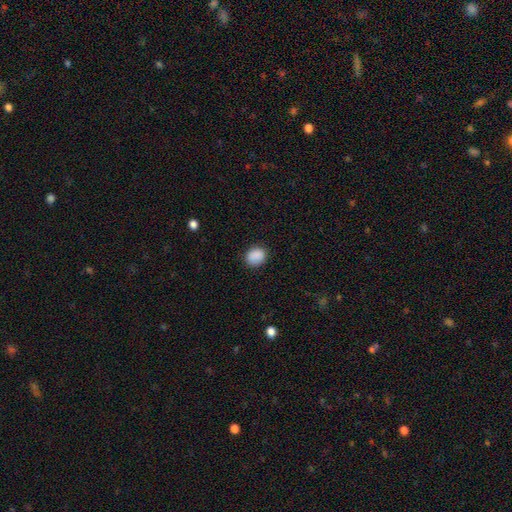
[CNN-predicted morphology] Smooth or featured? smooth (88%)
How rounded? round (61%)
Merging? none (86%)